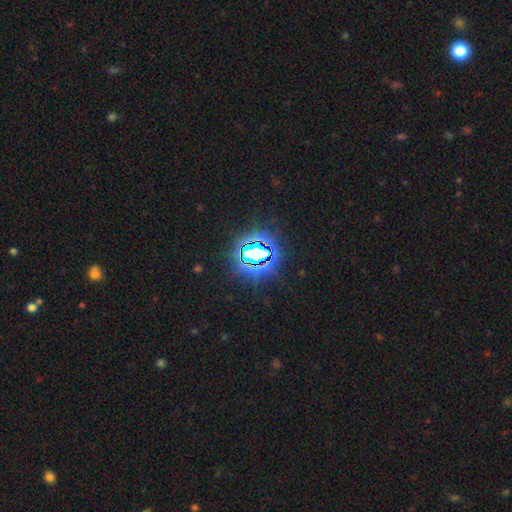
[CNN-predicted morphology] Smooth or featured?
  - star or artifact: 78% *
  - smooth: 12%
  - featured or disk: 10%